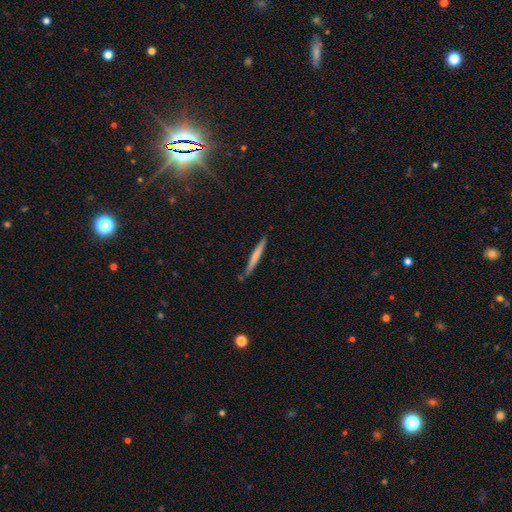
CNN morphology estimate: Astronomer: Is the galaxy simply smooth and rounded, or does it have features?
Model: smooth — 60%.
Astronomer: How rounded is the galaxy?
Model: cigar-shaped — 97%.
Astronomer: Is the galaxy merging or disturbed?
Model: none — 81%.